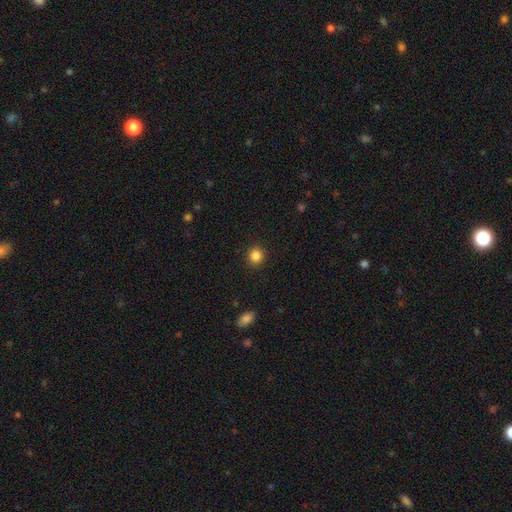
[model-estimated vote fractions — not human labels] Smooth or featured?
  - smooth: 85% *
  - star or artifact: 11%
  - featured or disk: 4%
How rounded?
  - round: 90% *
  - in between: 9%
  - cigar-shaped: 1%
Merging?
  - none: 91% *
  - minor disturbance: 5%
  - major disturbance: 2%
  - merger: 1%